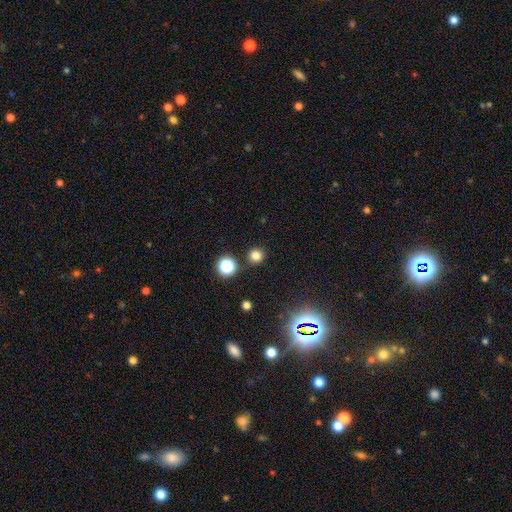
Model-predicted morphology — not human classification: The model was most divided on "smooth or featured": smooth: 78%, star or artifact: 18%, featured or disk: 5%. More confident: how rounded — round (92%); merging — none (89%).